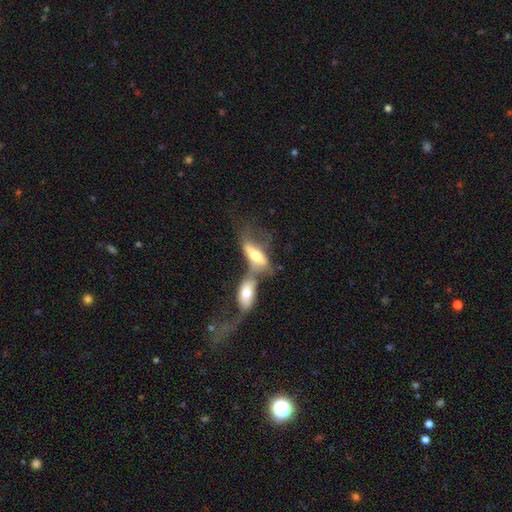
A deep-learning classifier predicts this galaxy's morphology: This appears to be a smooth galaxy with no disk features (48%). Merging: merger (72%).